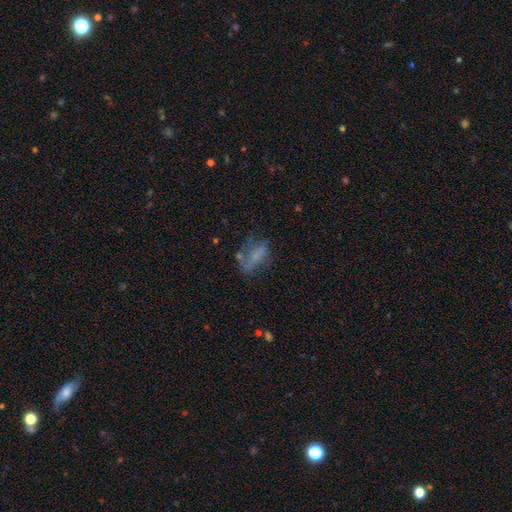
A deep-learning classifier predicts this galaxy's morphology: A smooth galaxy with no disk features (47%).

Vote fractions:
- Smooth or featured? smooth: 47% / featured or disk: 39% / star or artifact: 14%
- Merging? none: 40% / major disturbance: 28% / minor disturbance: 24% / merger: 7%